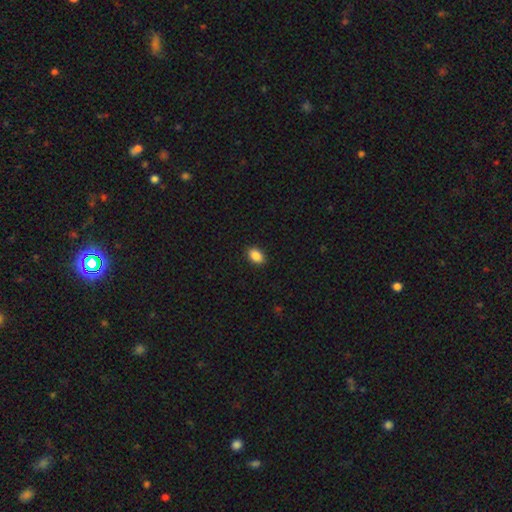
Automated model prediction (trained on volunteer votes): This is clearly a smooth galaxy (88%). How rounded: clearly in between (84%). Merging: clearly none (90%).